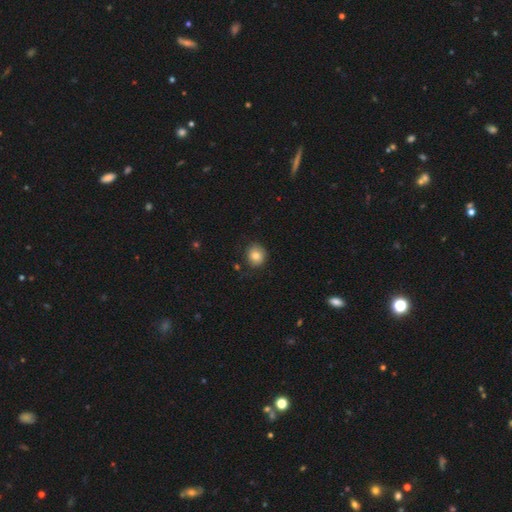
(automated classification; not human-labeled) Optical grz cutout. It shows a smooth galaxy with no disk features (81%) that is round (81%). Merging: none (83%).